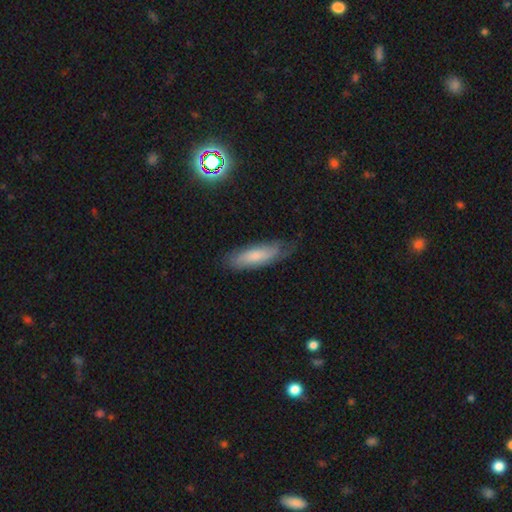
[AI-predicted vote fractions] Smooth or featured? Predicted: smooth (p=0.64). How rounded? Predicted: cigar-shaped (p=0.49, tied with in between). Merging? Predicted: none (p=0.65).